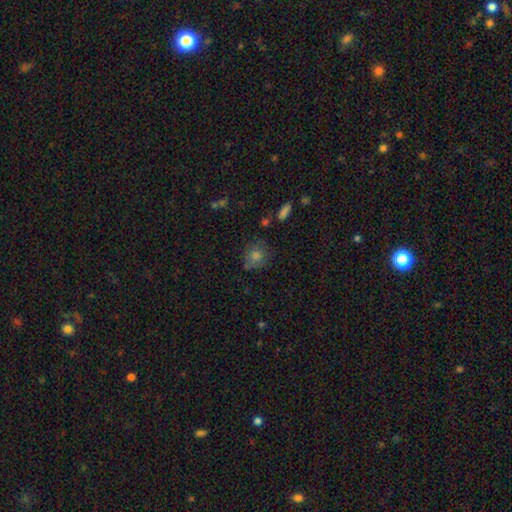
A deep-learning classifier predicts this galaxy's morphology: Smooth or featured: smooth — 69% (star or artifact — 17%)
How rounded: round — 80% (in between — 19%)
Merging: none — 73% (minor disturbance — 18%)